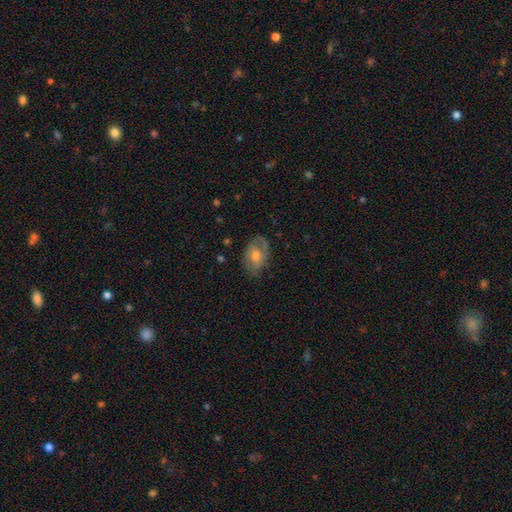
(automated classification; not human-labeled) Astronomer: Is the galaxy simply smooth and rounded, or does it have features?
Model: featured or disk — 52% (runner-up: smooth, 39%).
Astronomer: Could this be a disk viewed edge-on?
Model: no — 94%.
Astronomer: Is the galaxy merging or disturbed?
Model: none — 71%.